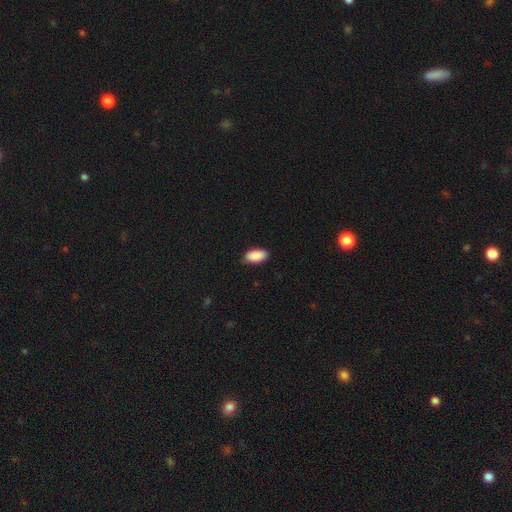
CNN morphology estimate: This appears to be a smooth galaxy with no disk features (91%) that is in between round and cigar-shaped (95%). Merging: none (84%).